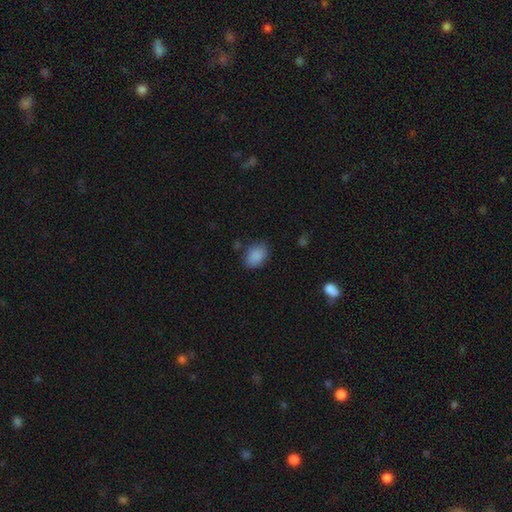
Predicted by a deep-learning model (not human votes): Smooth or featured? Predicted: smooth (p=0.88). How rounded? Predicted: in between (p=0.77). Merging? Predicted: none (p=0.80).